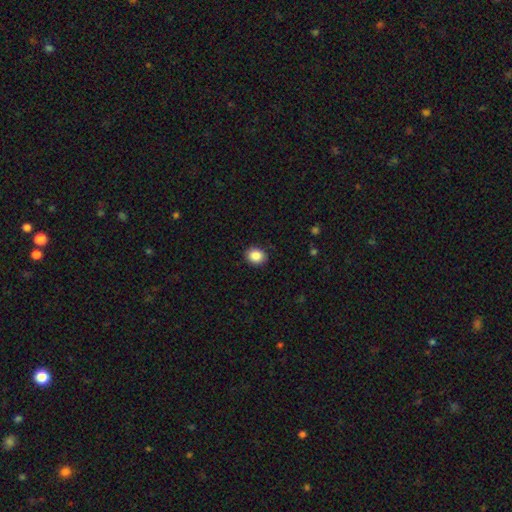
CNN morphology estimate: smooth-or-featured: smooth: 88% | star or artifact: 9% | featured or disk: 4%
  how-rounded: round: 62% | in between: 37% | cigar-shaped: 1%
  merging: none: 90% | minor disturbance: 7% | major disturbance: 2% | merger: 1%